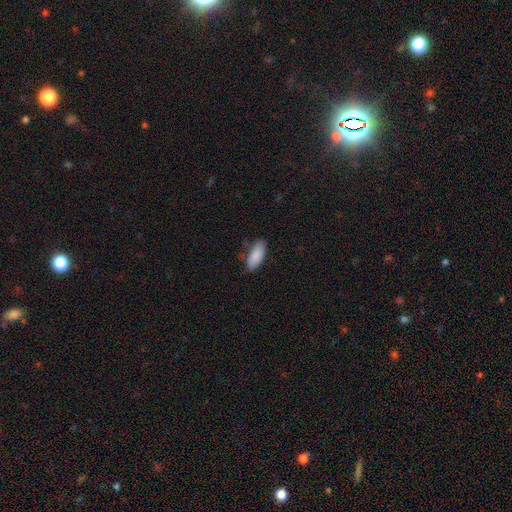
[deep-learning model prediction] Q: Smooth or featured?
A: smooth (88%); runner-up: star or artifact (6%)
Q: How rounded?
A: in between (81%); runner-up: cigar-shaped (17%)
Q: Merging?
A: none (71%); runner-up: minor disturbance (22%)